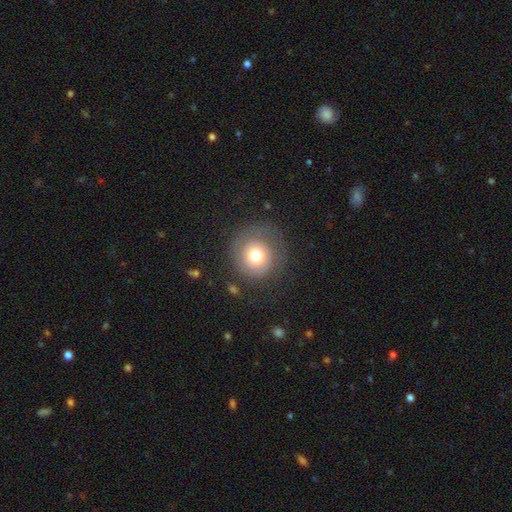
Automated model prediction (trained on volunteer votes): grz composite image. It shows a smooth galaxy with no disk features (61%) that is round (91%). Merging: none (66%).